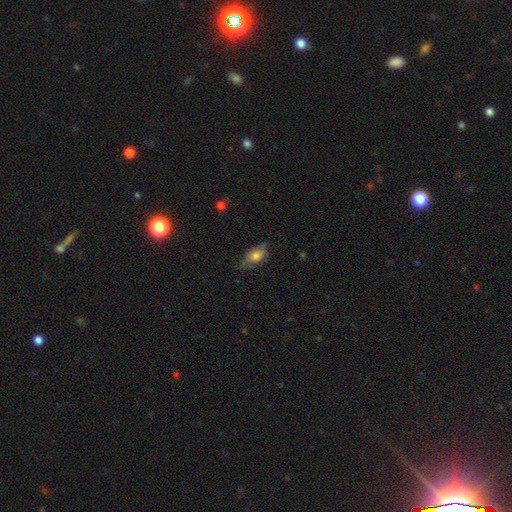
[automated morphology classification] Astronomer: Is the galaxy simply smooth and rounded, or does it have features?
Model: smooth — 69%.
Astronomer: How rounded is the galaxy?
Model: in between — 85%.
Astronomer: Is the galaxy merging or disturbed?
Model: none — 61%.